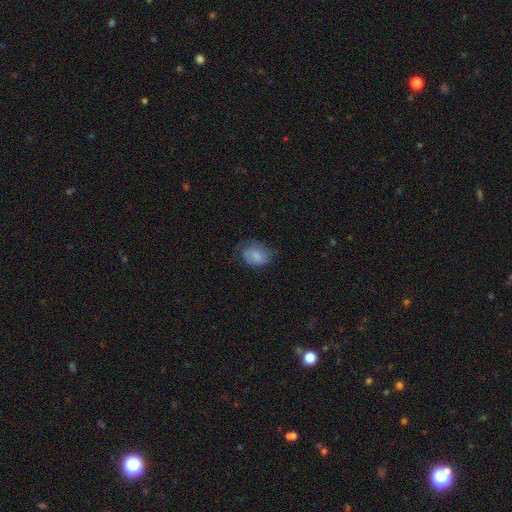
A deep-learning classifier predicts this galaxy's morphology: This appears to be a smooth galaxy with no disk features (72%) that is in between round and cigar-shaped (71%). Merging: none (51%).